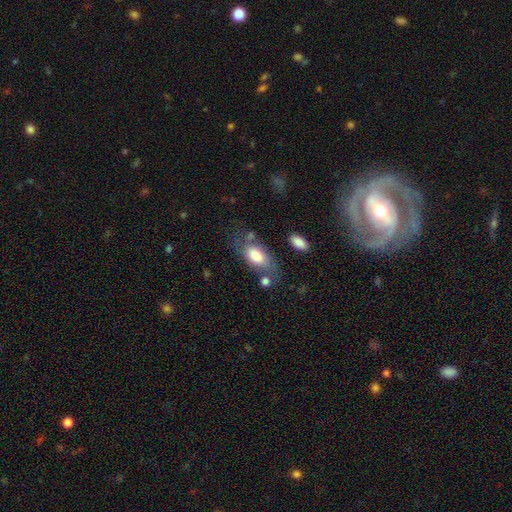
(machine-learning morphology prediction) This is likely a smooth galaxy (78%). How rounded: clearly in between (90%). Merging: possibly none (53%).